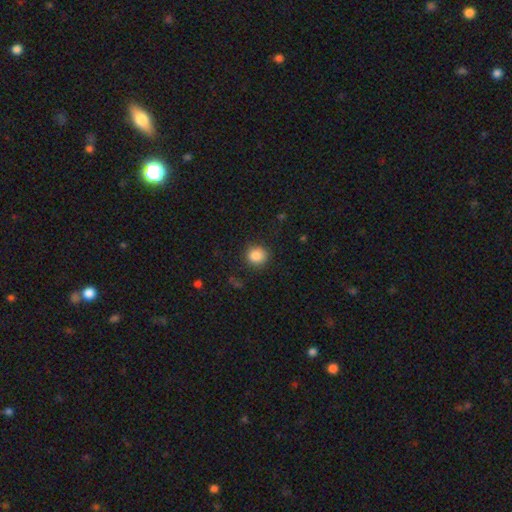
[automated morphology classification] Smooth or featured? Predicted: smooth (p=0.86). How rounded? Predicted: round (p=0.88). Merging? Predicted: none (p=0.86).